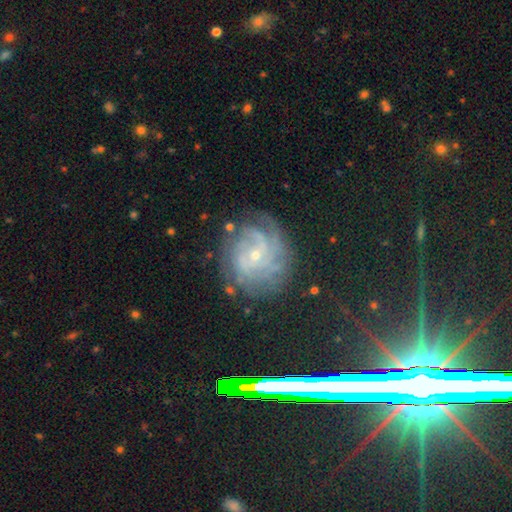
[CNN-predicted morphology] type=featured or disk (81%); edge-on=no (97%); bar=no (64%); spiral arms=yes (96%); winding=tight (64%); arm count=can't tell (33%); bulge=small (76%); merging=none (72%).